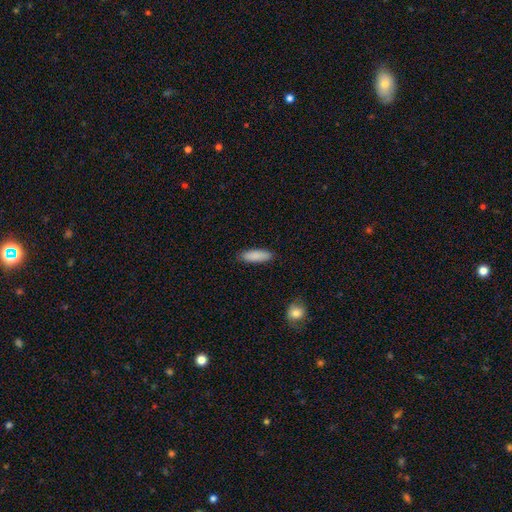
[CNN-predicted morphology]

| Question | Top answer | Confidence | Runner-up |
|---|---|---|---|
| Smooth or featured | smooth | 89% | star or artifact (6%) |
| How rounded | in between | 53% | cigar-shaped (46%) |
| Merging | none | 87% | minor disturbance (10%) |